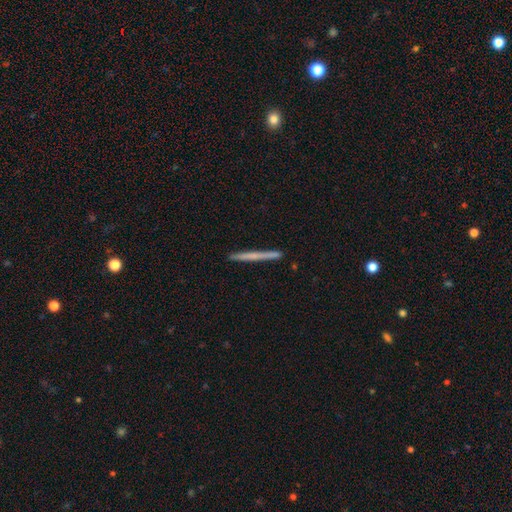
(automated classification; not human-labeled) Overall: smooth (49%; featured or disk 45%). Merging: none (91%).